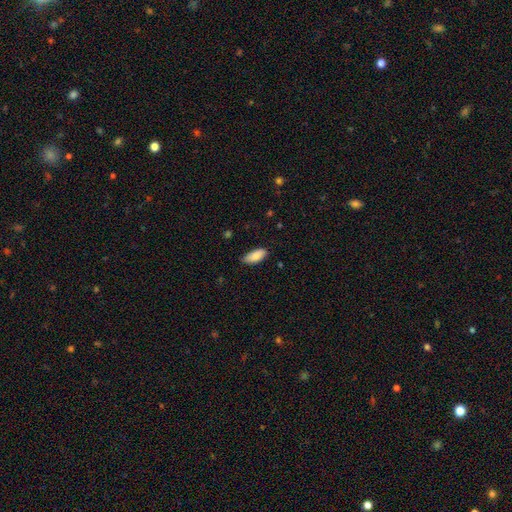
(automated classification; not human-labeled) This is clearly a smooth galaxy (86%). How rounded: clearly in between (87%). Merging: likely none (78%).